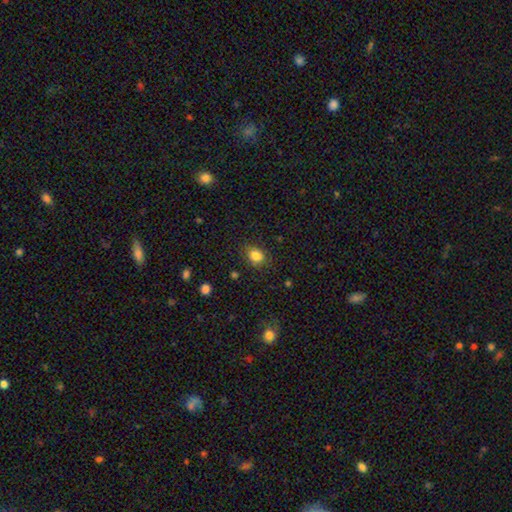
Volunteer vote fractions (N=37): Smooth or featured? smooth (89%)
How rounded? in between (61%)
Merging? none (77%)